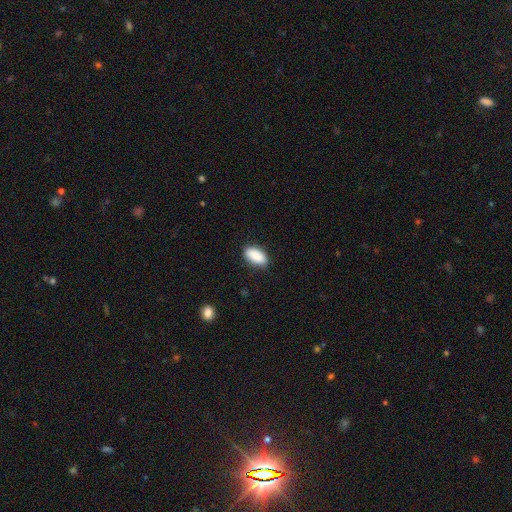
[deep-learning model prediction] Smooth or featured? smooth (90%)
How rounded? in between (93%)
Merging? none (86%)